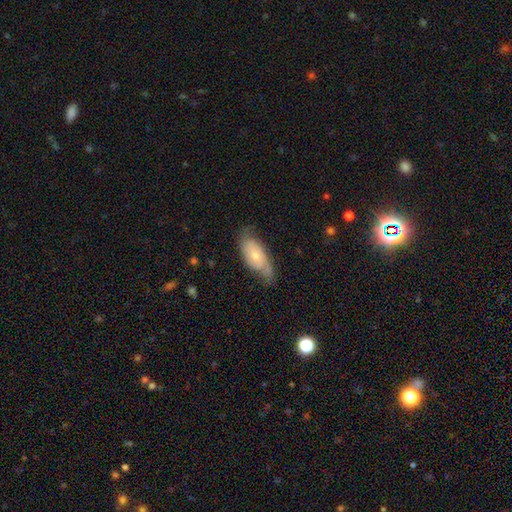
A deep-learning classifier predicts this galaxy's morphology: This is possibly a featured or disk galaxy (57%). It is clearly not viewed edge-on (89%). Bar: likely no (77%). Spiral arm pattern: clearly yes (82%). Central bulge: possibly small (55%). Merging: likely none (62%).